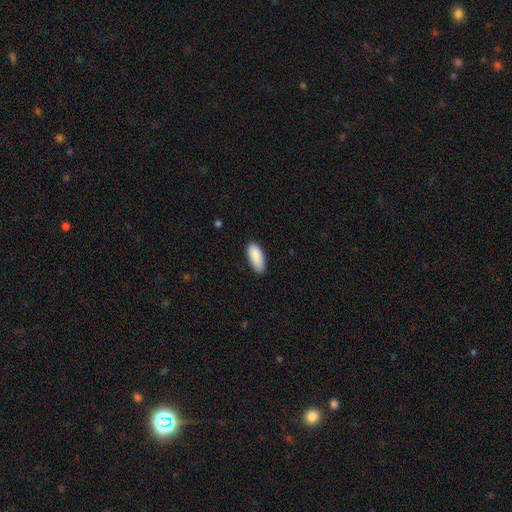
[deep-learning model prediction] Q: Smooth or featured?
A: smooth (90%); runner-up: star or artifact (6%)
Q: How rounded?
A: in between (85%); runner-up: cigar-shaped (13%)
Q: Merging?
A: none (82%); runner-up: minor disturbance (15%)